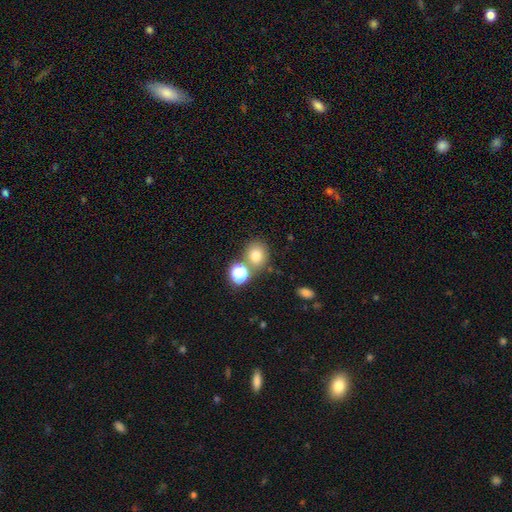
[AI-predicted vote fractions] Overall: smooth (75%). How rounded: round (74%). Merging: none (67%).